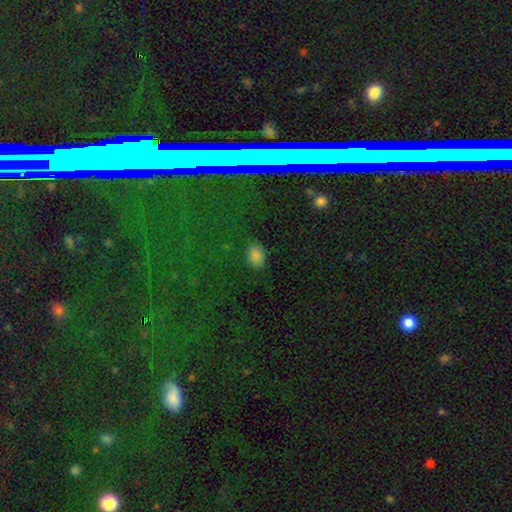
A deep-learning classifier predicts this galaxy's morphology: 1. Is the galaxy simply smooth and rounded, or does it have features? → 84% smooth, 12% star or artifact, 4% featured or disk.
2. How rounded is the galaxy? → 83% in between, 16% round, 1% cigar-shaped.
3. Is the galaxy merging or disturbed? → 84% none, 12% minor disturbance, 3% major disturbance, 1% merger.